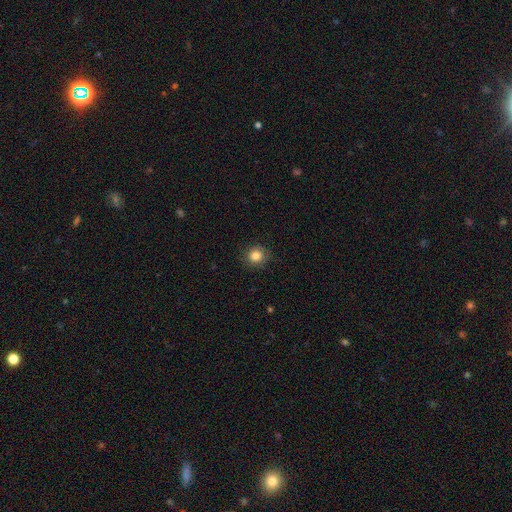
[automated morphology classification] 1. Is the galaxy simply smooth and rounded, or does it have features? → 84% smooth, 11% star or artifact, 5% featured or disk.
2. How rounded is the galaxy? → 90% round, 9% in between, 1% cigar-shaped.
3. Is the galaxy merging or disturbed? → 88% none, 9% minor disturbance, 2% major disturbance, 1% merger.